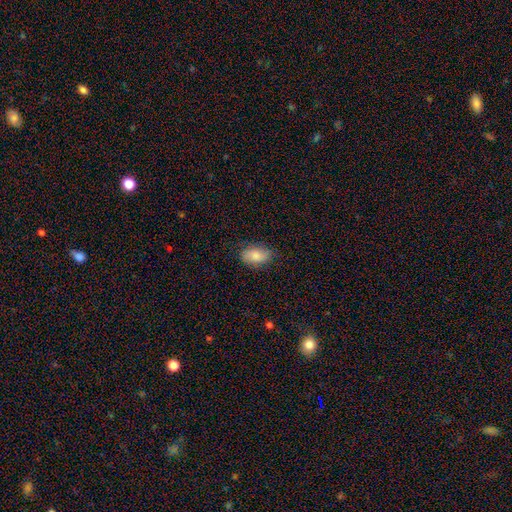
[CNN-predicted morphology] smooth 79%, featured or disk 14%, star or artifact 7%. Down the decision tree: how rounded — in between (90%); merging — none (78%).